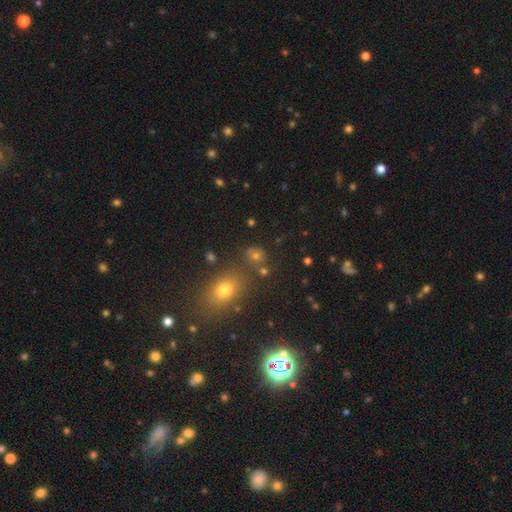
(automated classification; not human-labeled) smooth_or_featured: smooth (p=0.66) [alt: star or artifact p=0.24]
how_rounded: round (p=0.67) [alt: in between p=0.31]
merging: none (p=0.71) [alt: minor disturbance p=0.12]